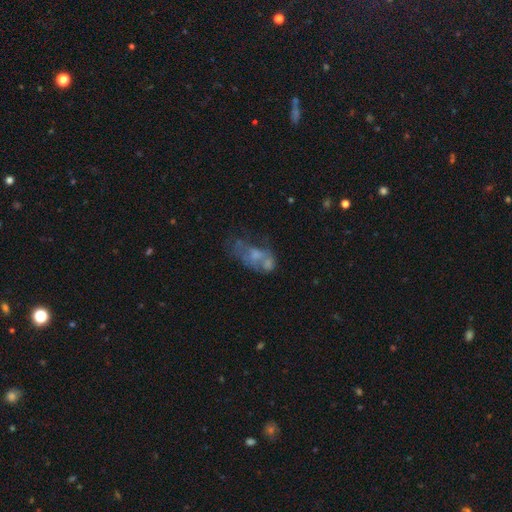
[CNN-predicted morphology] featured or disk 49%, smooth 38%, star or artifact 13%. Down the decision tree: merging — merger (30%).